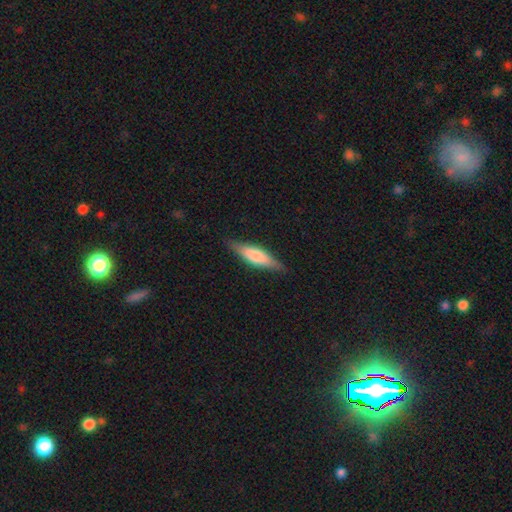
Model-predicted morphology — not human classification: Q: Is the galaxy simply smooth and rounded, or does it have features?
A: smooth — 56%.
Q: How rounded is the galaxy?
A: cigar-shaped — 69%.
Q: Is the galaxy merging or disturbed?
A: none — 86%.